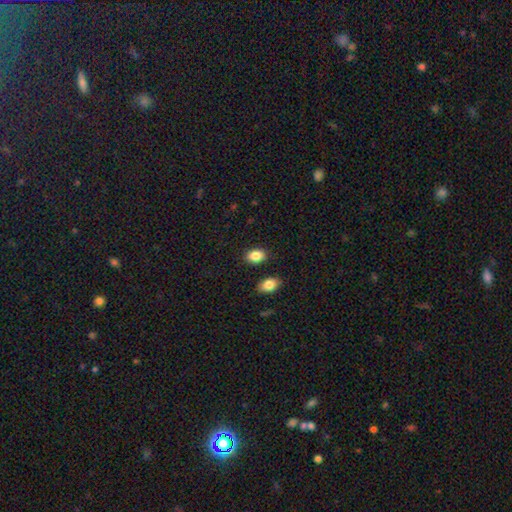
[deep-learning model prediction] Overall: smooth (86%). How rounded: in between (79%). Merging: none (83%).